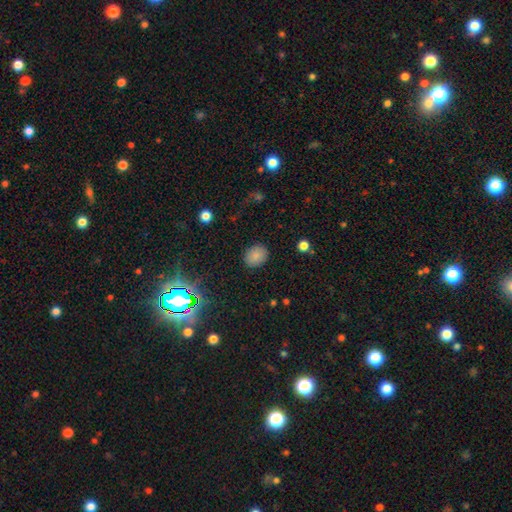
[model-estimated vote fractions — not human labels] Overall: smooth (82%). How rounded: round (54%; in between 45%). Merging: none (87%).